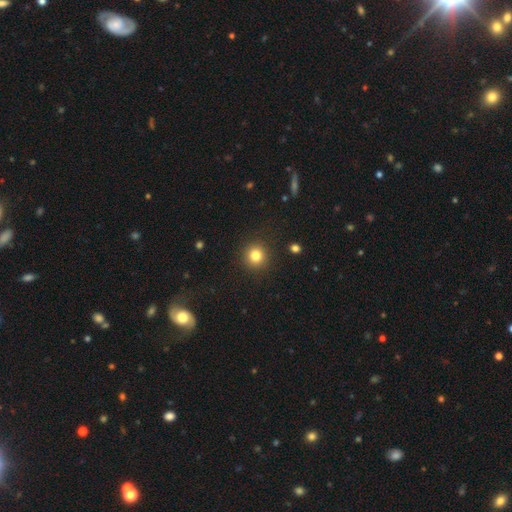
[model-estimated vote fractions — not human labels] Smooth or featured? Predicted: smooth (p=0.82). How rounded? Predicted: round (p=0.93). Merging? Predicted: none (p=0.90).